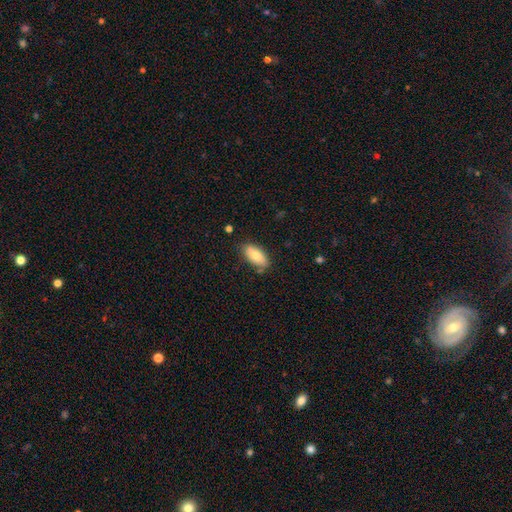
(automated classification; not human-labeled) Q: Smooth or featured?
A: smooth (76%); runner-up: featured or disk (17%)
Q: How rounded?
A: in between (91%); runner-up: cigar-shaped (6%)
Q: Merging?
A: none (73%); runner-up: minor disturbance (20%)